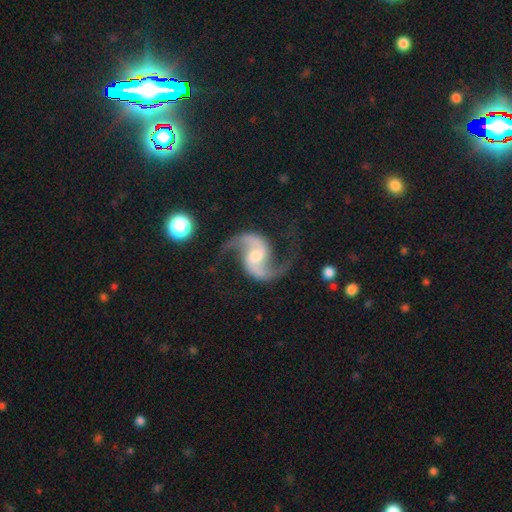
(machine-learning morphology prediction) This is clearly a featured or disk galaxy (93%). It is clearly not viewed edge-on (98%). Bar: marginally weak (43%). Spiral arm pattern: clearly yes (98%). Spiral arm count: clearly 2 (95%). Spiral winding: possibly loose (52%). Central bulge: possibly moderate (58%). Merging: clearly none (80%).